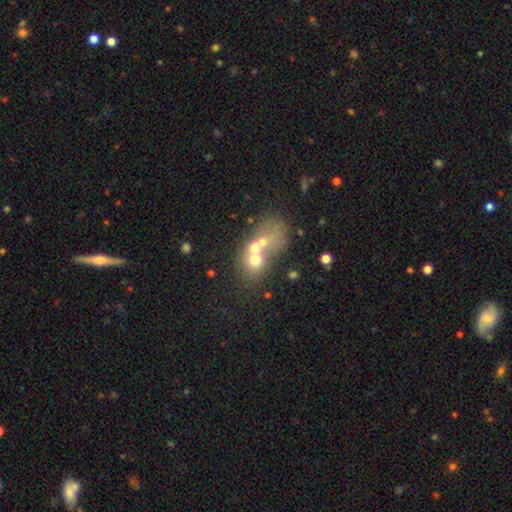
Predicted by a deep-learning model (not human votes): Morphology: type=smooth (47%); merging=merger (65%).